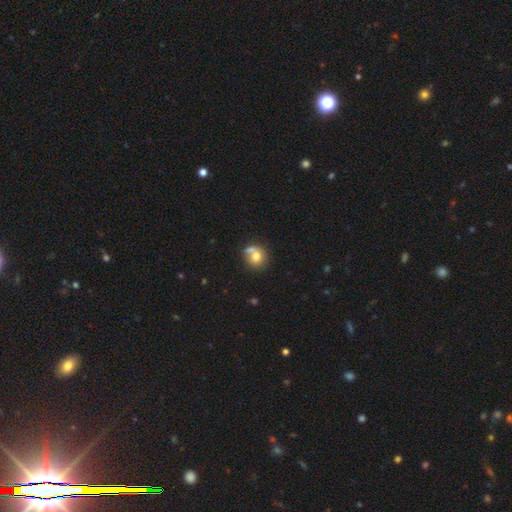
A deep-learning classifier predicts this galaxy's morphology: Q: Smooth or featured?
A: smooth (74%); runner-up: featured or disk (17%)
Q: How rounded?
A: round (76%); runner-up: in between (23%)
Q: Merging?
A: none (42%); runner-up: merger (35%)